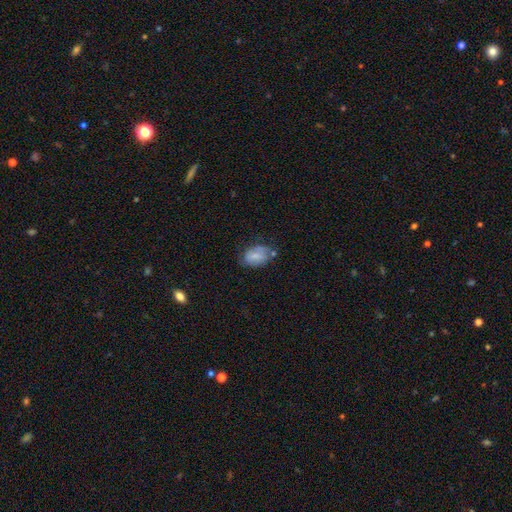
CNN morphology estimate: Q: Smooth or featured?
A: smooth (66%); runner-up: featured or disk (25%)
Q: How rounded?
A: in between (86%); runner-up: round (13%)
Q: Merging?
A: none (51%); runner-up: minor disturbance (30%)